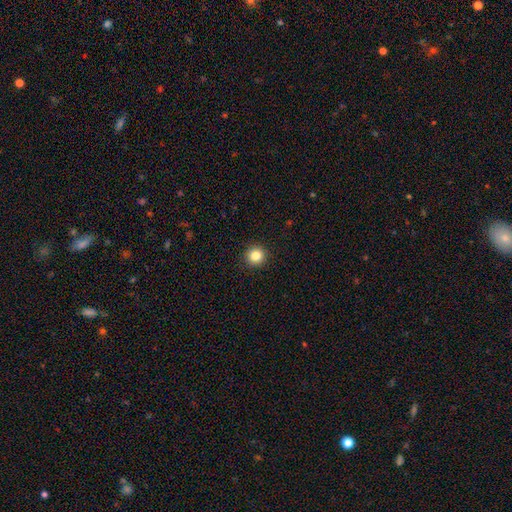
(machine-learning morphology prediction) Smooth or featured? Predicted: smooth (p=0.84). How rounded? Predicted: round (p=0.95). Merging? Predicted: none (p=0.93).